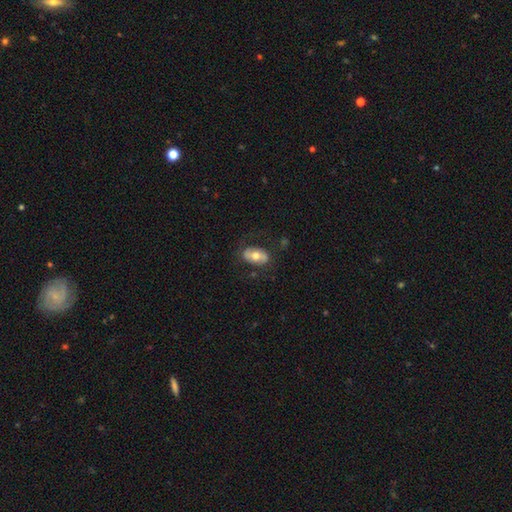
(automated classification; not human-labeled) Morphology: type=smooth (56%); roundness=in between (89%); merging=none (70%).